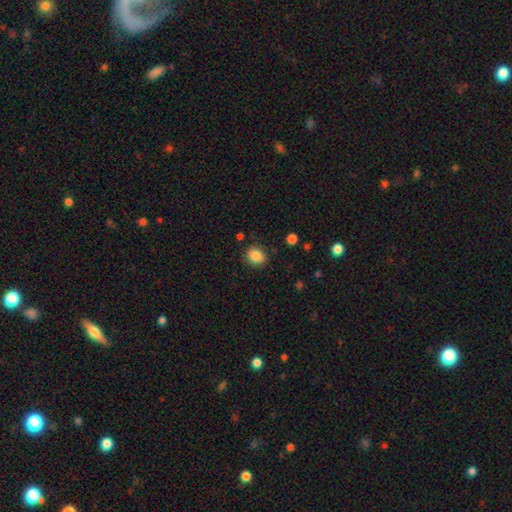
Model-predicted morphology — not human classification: smooth 85%, star or artifact 9%, featured or disk 5%. Down the decision tree: how rounded — round (57%); merging — none (85%).